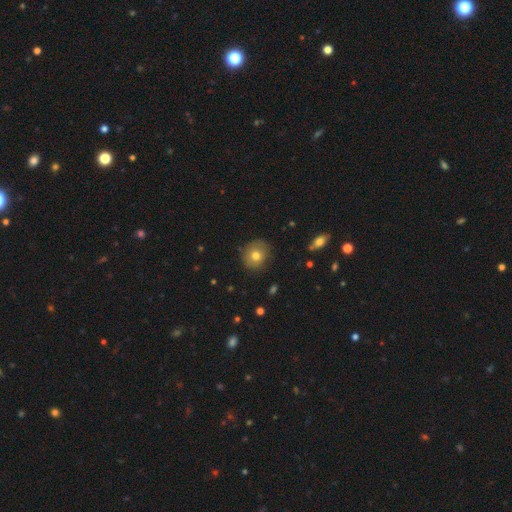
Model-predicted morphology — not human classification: This appears to be a smooth galaxy with no disk features (74%) that is round (81%). Merging: none (83%).